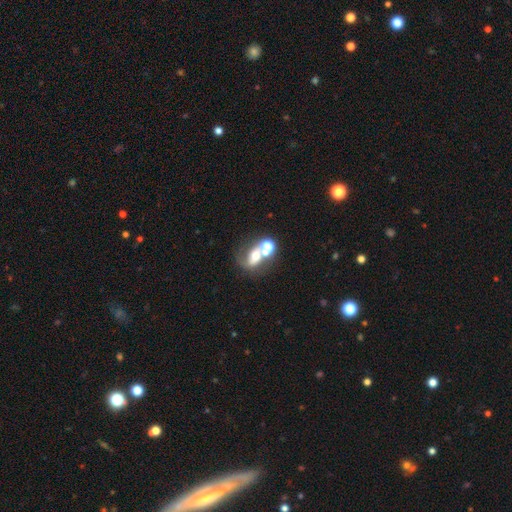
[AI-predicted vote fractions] A featured or disk galaxy (43%). Merging: merger (50%).